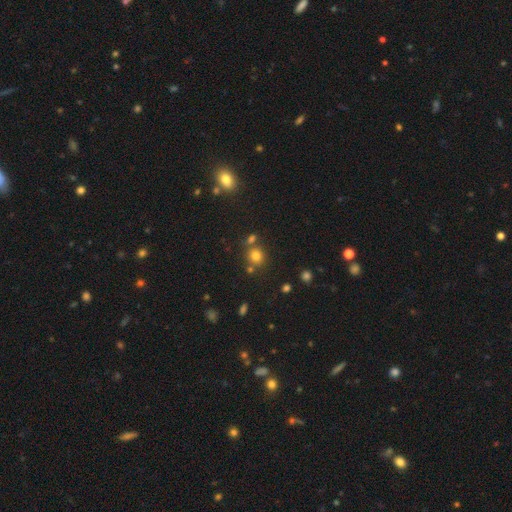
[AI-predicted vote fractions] Smooth or featured? smooth (76%)
How rounded? round (82%)
Merging? none (68%)